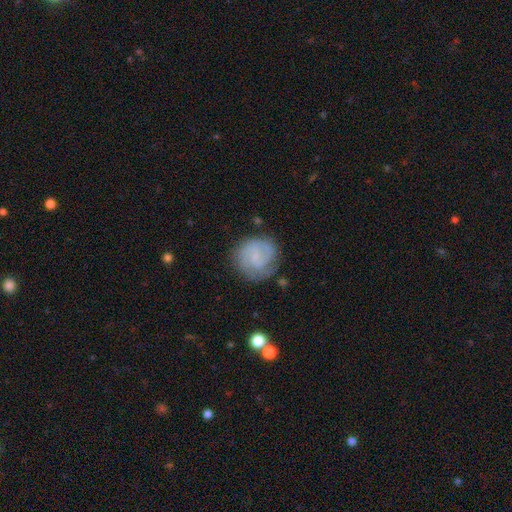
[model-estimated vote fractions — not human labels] A featured or disk galaxy (72%) with no bar (56%), 2 (61%) tight (52%) spiral arms (94%) and a small central bulge (67%).

Vote fractions:
- Smooth or featured? featured or disk: 72% / smooth: 22% / star or artifact: 6%
- Edge-on disk? no: 98% / yes: 2%
- Bar? no: 56% / weak: 38% / strong: 6%
- Spiral arms? yes: 94% / no: 6%
- Spiral winding? tight: 52% / medium: 38% / loose: 11%
- Spiral arm count? 2: 61% / can't tell: 16% / 3: 13% / 1: 4% / 4: 3% / more than 4: 3%
- Bulge size? small: 67% / none: 20% / moderate: 11% / large: 1% / dominant: 1%
- Merging? none: 75% / minor disturbance: 16% / major disturbance: 6% / merger: 2%